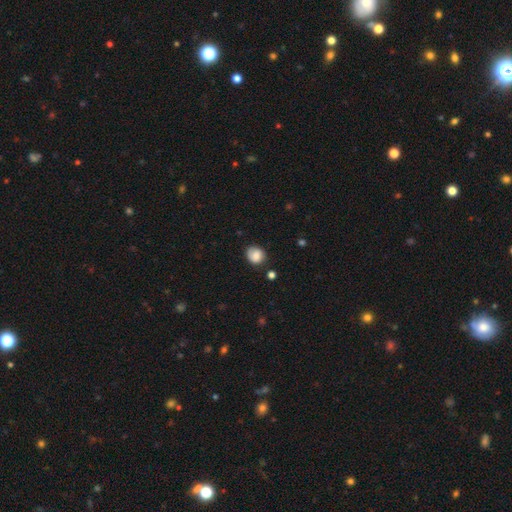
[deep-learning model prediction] smooth 76%, featured or disk 16%, star or artifact 9%. Down the decision tree: how rounded — round (70%); merging — none (71%).